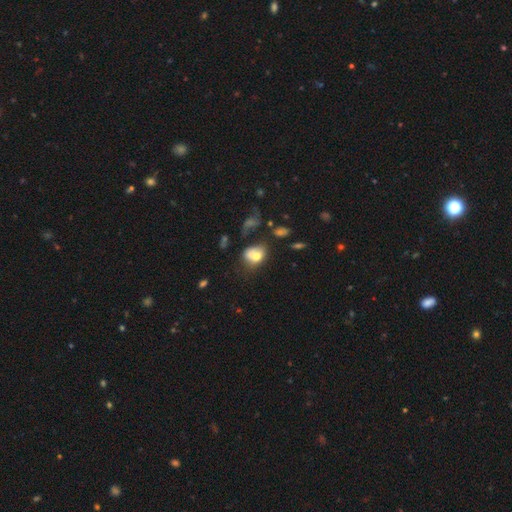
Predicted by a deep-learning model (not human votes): The model was most divided on "merging": none: 35%, minor disturbance: 26%, major disturbance: 21%, merger: 18%. More confident: smooth or featured — smooth (70%); how rounded — in between (58%).